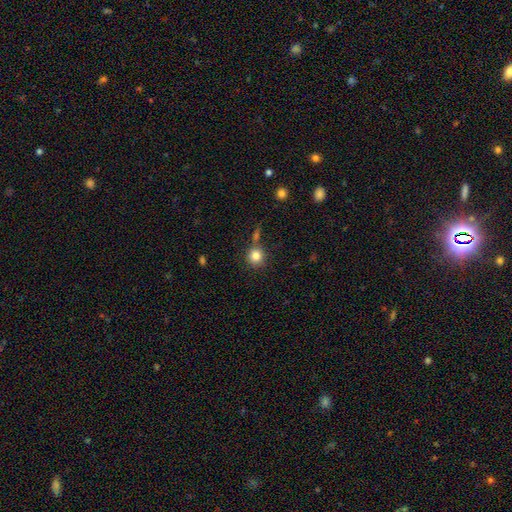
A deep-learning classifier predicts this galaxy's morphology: type=smooth (83%); roundness=round (90%); merging=none (70%).